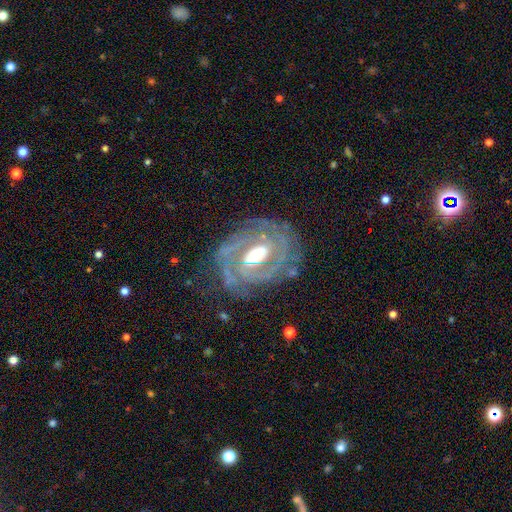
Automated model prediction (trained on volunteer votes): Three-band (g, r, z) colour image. It shows a featured or disk galaxy (87%) with a weak bar (40%), 2 (40%) tight (66%) spiral arms (91%) and a moderate central bulge (64%). Merging: none (68%).